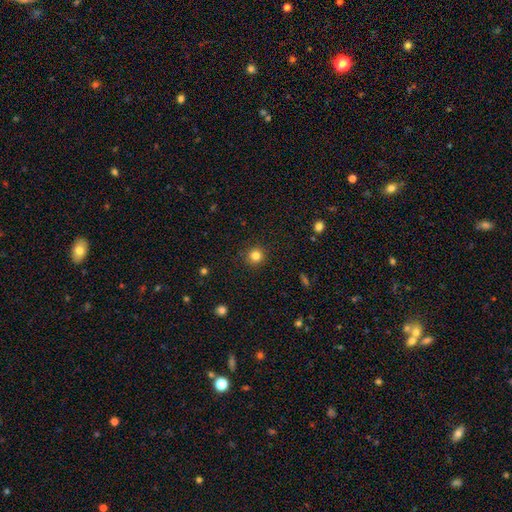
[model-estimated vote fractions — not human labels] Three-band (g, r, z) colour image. It shows a smooth galaxy with no disk features (82%) that is round (94%). Merging: none (91%).